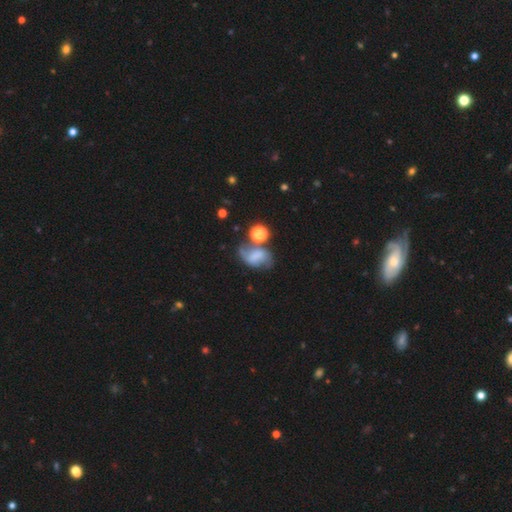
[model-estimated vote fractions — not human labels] Q: Smooth or featured?
A: featured or disk (51%); runner-up: smooth (36%)
Q: Edge-on disk?
A: no (97%); runner-up: yes (3%)
Q: Merging?
A: none (46%); runner-up: minor disturbance (23%)